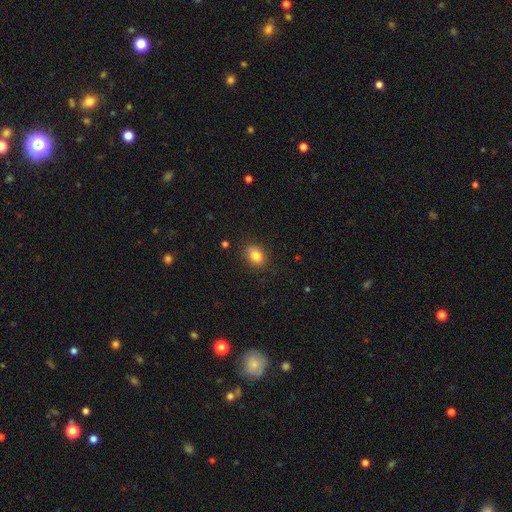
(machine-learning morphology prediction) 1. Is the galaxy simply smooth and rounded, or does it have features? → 83% smooth, 10% star or artifact, 7% featured or disk.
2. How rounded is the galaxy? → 61% in between, 38% round, 1% cigar-shaped.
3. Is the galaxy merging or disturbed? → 83% none, 13% minor disturbance, 3% major disturbance, 1% merger.